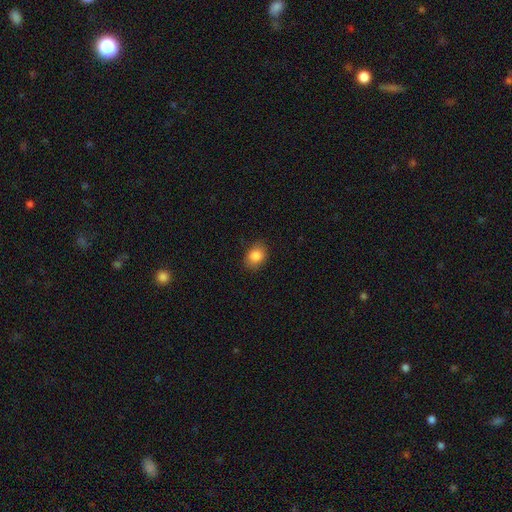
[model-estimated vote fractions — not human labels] The model was most divided on "how rounded": in between: 60%, round: 39%, cigar-shaped: 1%. More confident: smooth or featured — smooth (86%); merging — none (84%).